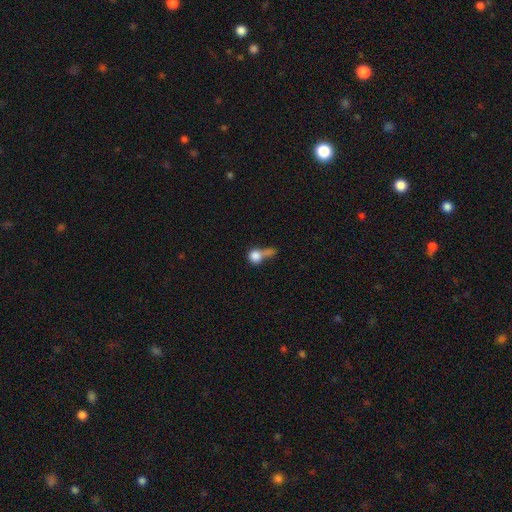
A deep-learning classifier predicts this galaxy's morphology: This appears to be a smooth galaxy with no disk features (77%) that is round (78%). Merging: merger (47%).